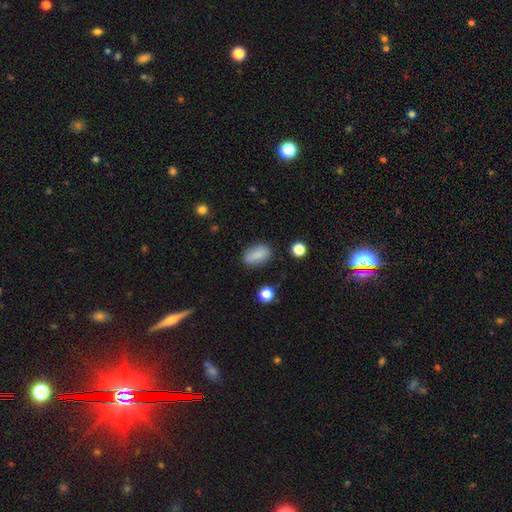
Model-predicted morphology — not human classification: type=smooth (82%); roundness=in between (86%); merging=none (80%).